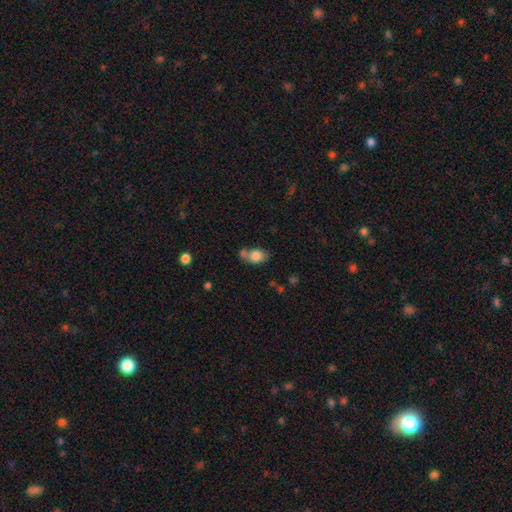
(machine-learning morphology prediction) Smooth or featured: smooth — 81% (featured or disk — 10%)
How rounded: in between — 70% (round — 28%)
Merging: none — 46% (merger — 29%)